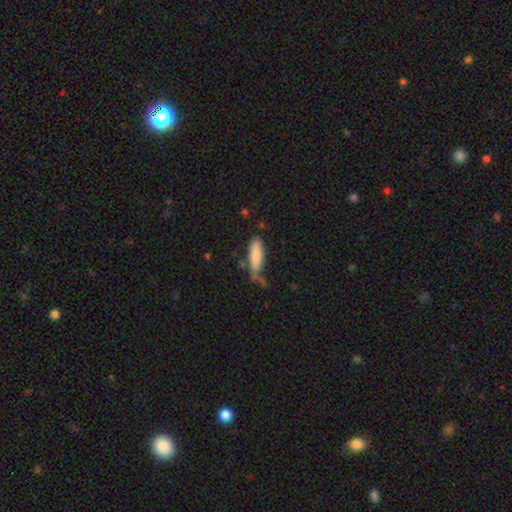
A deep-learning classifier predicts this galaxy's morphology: Smooth or featured: smooth — 82% (featured or disk — 12%)
How rounded: cigar-shaped — 52% (in between — 46%)
Merging: none — 54% (minor disturbance — 29%)